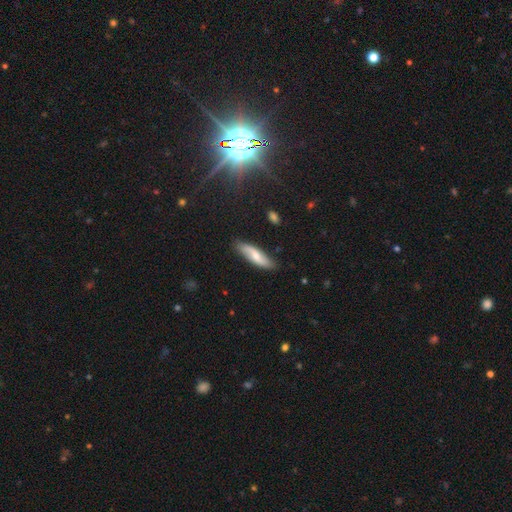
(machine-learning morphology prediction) This appears to be a smooth galaxy with no disk features (51%) that is cigar-shaped (57%). Merging: none (81%).